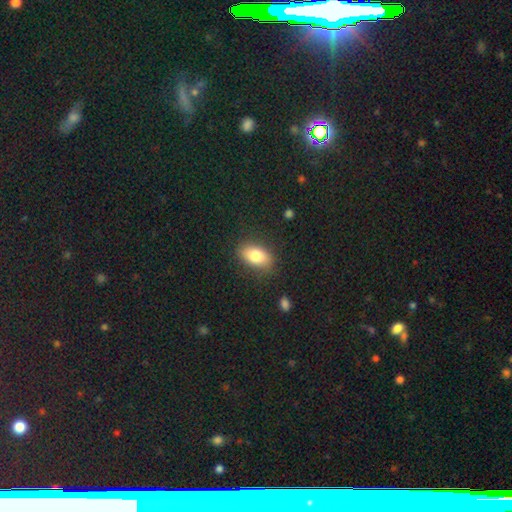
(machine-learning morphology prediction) Q: Smooth or featured?
A: smooth (82%); runner-up: featured or disk (10%)
Q: How rounded?
A: in between (89%); runner-up: round (8%)
Q: Merging?
A: none (82%); runner-up: minor disturbance (12%)